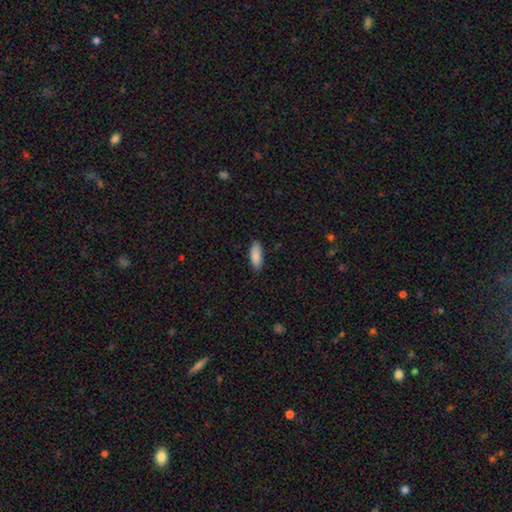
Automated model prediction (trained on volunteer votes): Smooth or featured: smooth — 88% (star or artifact — 6%)
How rounded: in between — 73% (cigar-shaped — 25%)
Merging: none — 86% (minor disturbance — 11%)